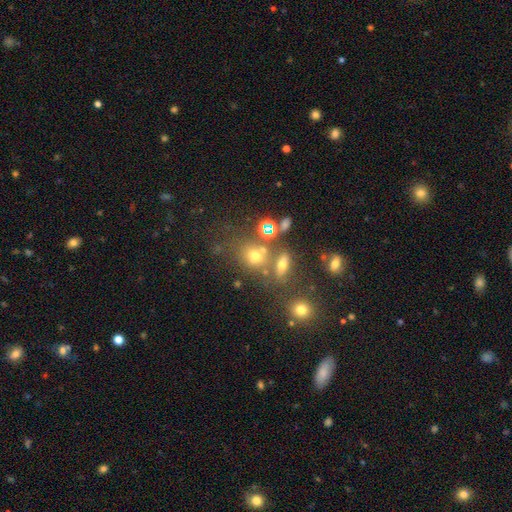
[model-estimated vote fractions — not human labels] Overall: smooth (58%; star or artifact 26%). How rounded: round (60%; in between 37%). Merging: none (52%; merger 29%).